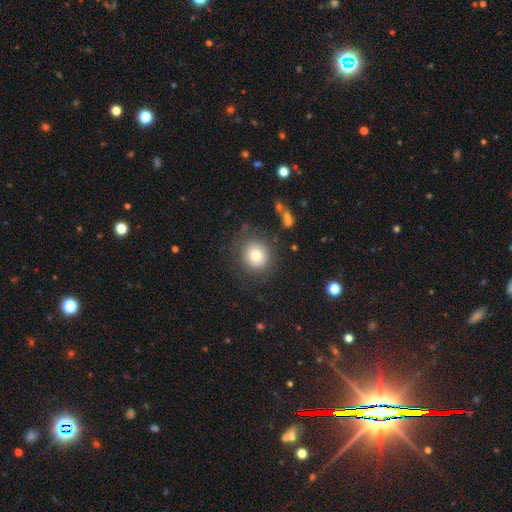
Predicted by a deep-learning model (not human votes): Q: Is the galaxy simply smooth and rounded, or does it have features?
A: smooth — 76%.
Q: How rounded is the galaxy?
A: round — 91%.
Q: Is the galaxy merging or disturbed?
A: none — 79%.